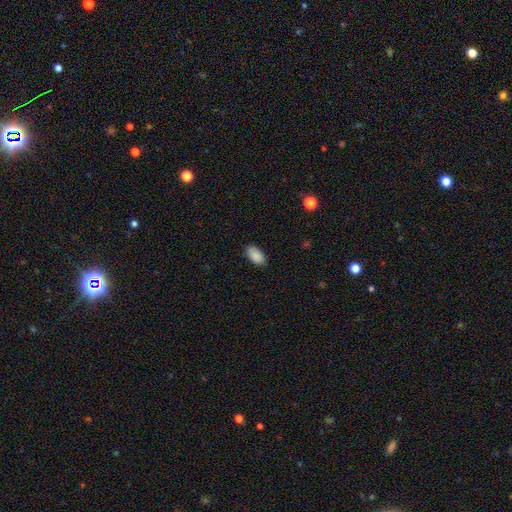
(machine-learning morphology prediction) smooth_or_featured: smooth (p=0.90) [alt: star or artifact p=0.07]
how_rounded: in between (p=0.95) [alt: cigar-shaped p=0.03]
merging: none (p=0.87) [alt: minor disturbance p=0.09]